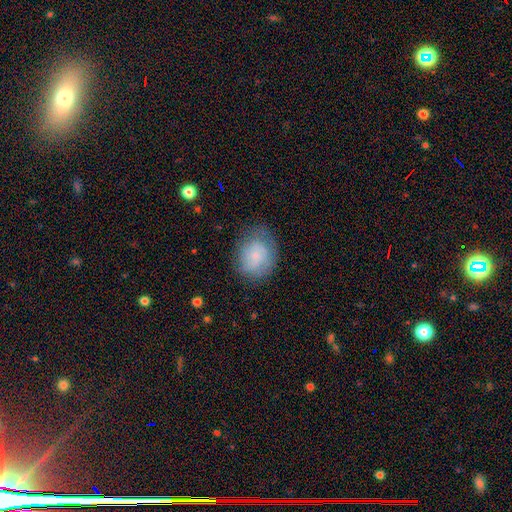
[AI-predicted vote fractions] smooth_or_featured: smooth (p=0.65) [alt: featured or disk p=0.27]
how_rounded: round (p=0.53) [alt: in between p=0.46]
merging: none (p=0.64) [alt: minor disturbance p=0.24]